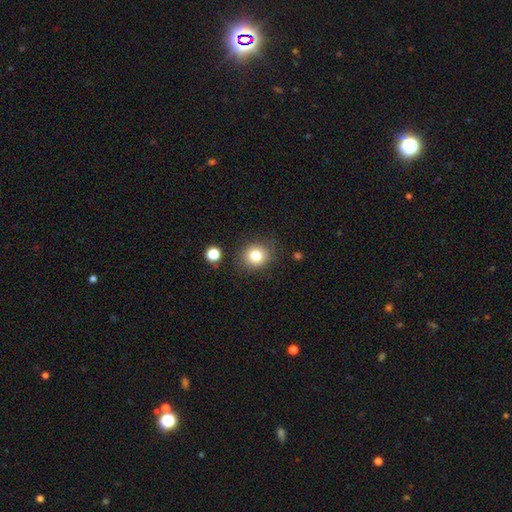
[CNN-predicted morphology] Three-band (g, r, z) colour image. It shows a smooth galaxy with no disk features (81%) that is round (81%). Merging: none (83%).